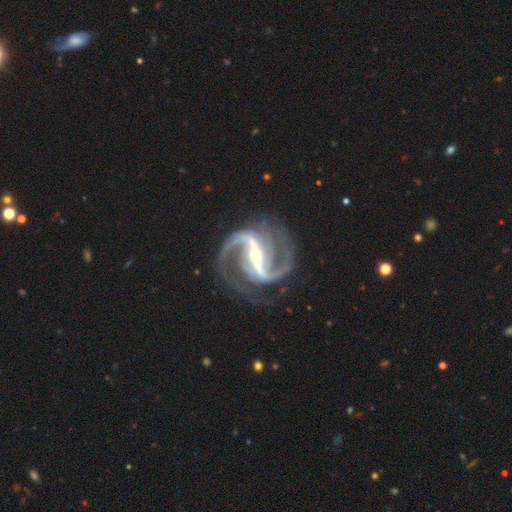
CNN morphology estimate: A featured or disk galaxy (94%) with a strong bar (82%), 2 (87%) medium (61%) spiral arms (99%) and a small central bulge (60%). Merging: none (77%).